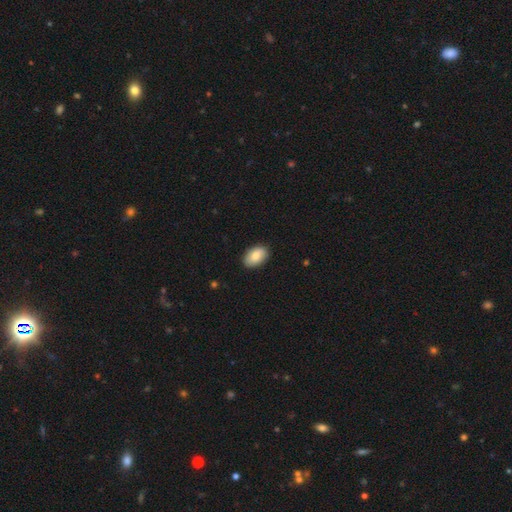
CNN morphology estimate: Smooth or featured? smooth (84%)
How rounded? in between (91%)
Merging? none (88%)